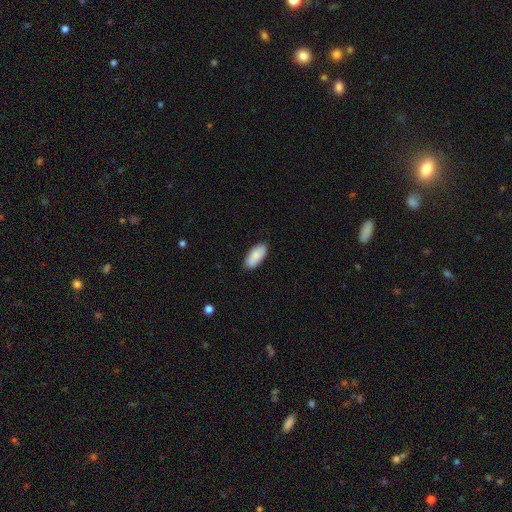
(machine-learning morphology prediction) Smooth or featured: smooth — 87% (featured or disk — 7%)
How rounded: in between — 90% (cigar-shaped — 8%)
Merging: none — 86% (minor disturbance — 11%)